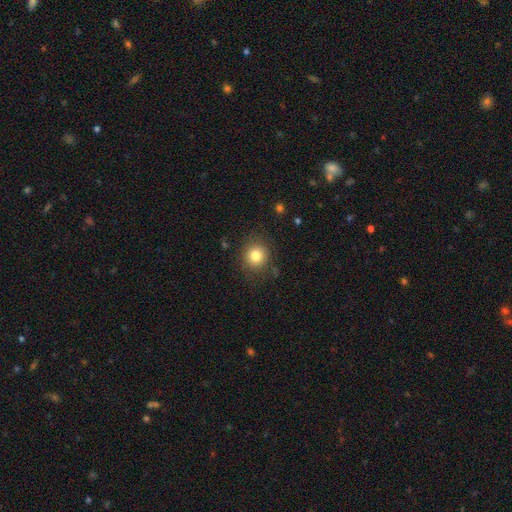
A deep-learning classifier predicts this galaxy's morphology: smooth 81%, star or artifact 12%, featured or disk 7%. Down the decision tree: how rounded — round (88%); merging — none (85%).